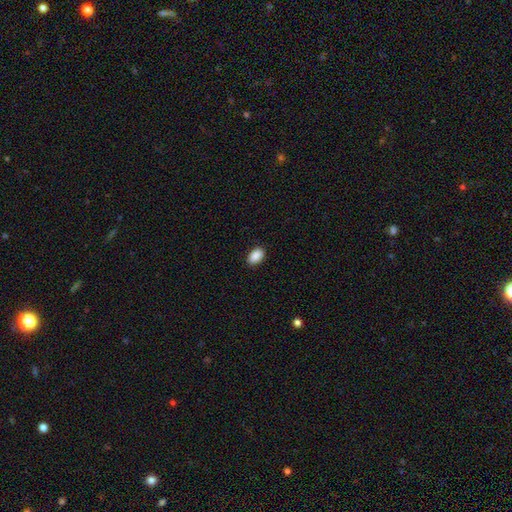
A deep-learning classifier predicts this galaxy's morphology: smooth 90%, star or artifact 7%, featured or disk 3%. Down the decision tree: how rounded — in between (90%); merging — none (89%).